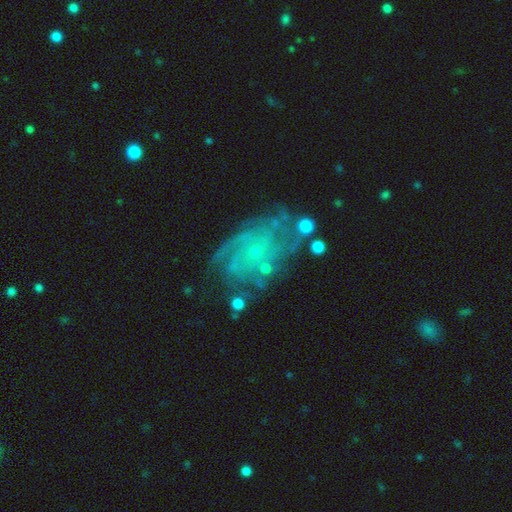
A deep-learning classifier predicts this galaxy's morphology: smooth_or_featured: featured or disk (p=0.71) [alt: smooth p=0.15]
disk_edge_on: no (p=0.96) [alt: yes p=0.04]
bar: no (p=0.80) [alt: weak p=0.16]
has_spiral_arms: yes (p=0.74) [alt: no p=0.26]
spiral_winding: tight (p=0.51) [alt: medium p=0.32]
spiral_arm_count: can't tell (p=0.51) [alt: 2 p=0.12]
bulge_size: small (p=0.77) [alt: none p=0.14]
merging: none (p=0.62) [alt: minor disturbance p=0.20]